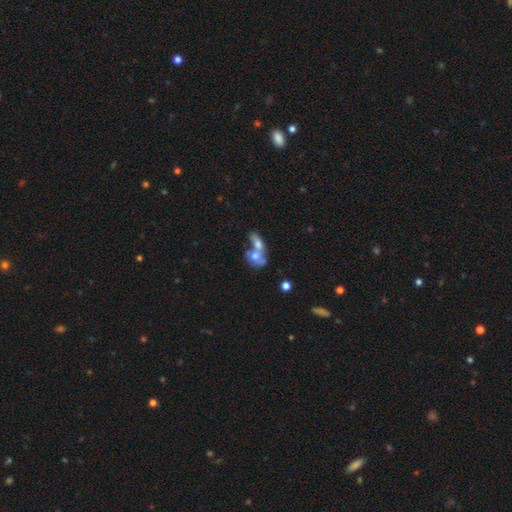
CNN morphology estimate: The model was most divided on "smooth or featured": smooth: 55%, featured or disk: 36%, star or artifact: 10%. More confident: merging — merger (77%); how rounded — in between (66%).